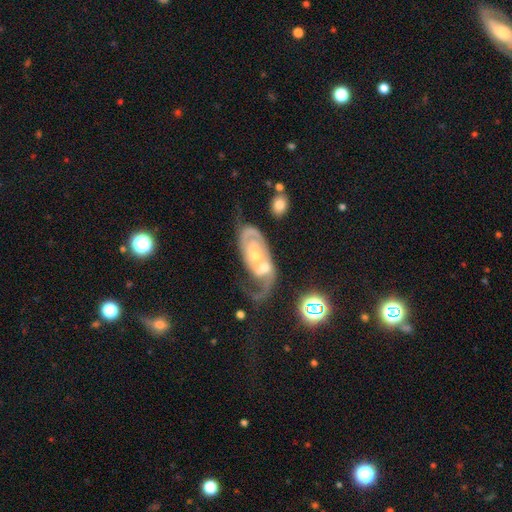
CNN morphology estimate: Smooth or featured: featured or disk — 82% (smooth — 11%)
Edge-on disk: no — 95% (yes — 5%)
Bar: no — 69% (weak — 24%)
Spiral arms: yes — 89% (no — 11%)
Spiral winding: tight — 45% (medium — 36%)
Spiral arm count: 2 — 52% (1 — 21%)
Bulge size: small — 47% (tied with moderate — 47%)
Merging: merger — 44% (none — 24%)